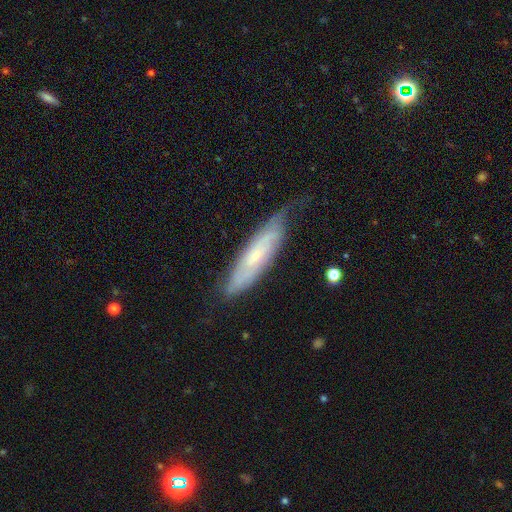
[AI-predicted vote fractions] Q: Smooth or featured?
A: featured or disk (60%); runner-up: smooth (33%)
Q: Edge-on disk?
A: no (63%); runner-up: yes (37%)
Q: Merging?
A: none (55%); runner-up: minor disturbance (31%)